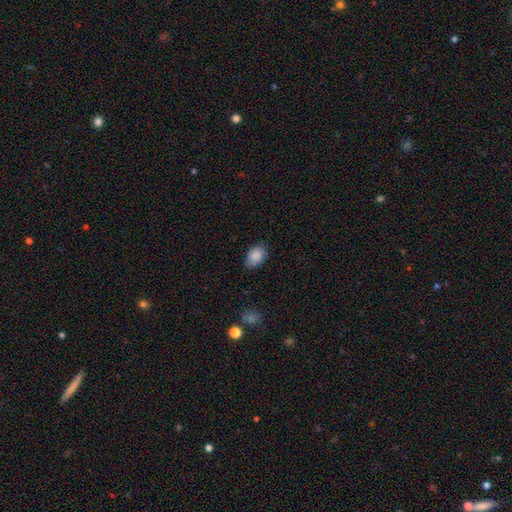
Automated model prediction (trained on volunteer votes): Smooth or featured?
  - smooth: 88% *
  - star or artifact: 7%
  - featured or disk: 5%
How rounded?
  - in between: 83% *
  - round: 16%
  - cigar-shaped: 1%
Merging?
  - none: 76% *
  - minor disturbance: 20%
  - major disturbance: 3%
  - merger: 1%